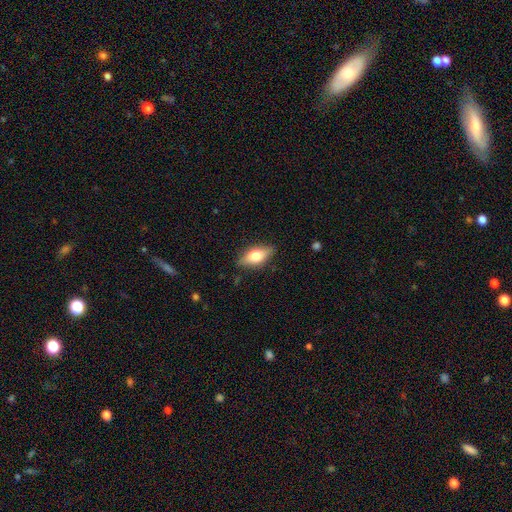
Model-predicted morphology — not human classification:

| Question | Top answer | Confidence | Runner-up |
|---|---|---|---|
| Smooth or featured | smooth | 59% | featured or disk (33%) |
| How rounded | in between | 79% | cigar-shaped (16%) |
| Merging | none | 83% | minor disturbance (13%) |